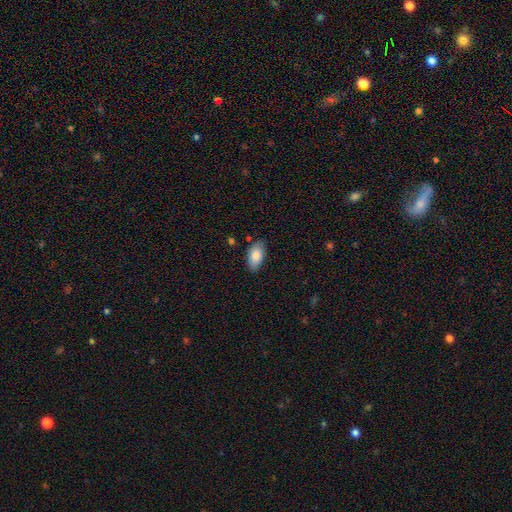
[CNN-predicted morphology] smooth_or_featured: smooth (p=0.83) [alt: featured or disk p=0.10]
how_rounded: in between (p=0.94) [alt: round p=0.03]
merging: none (p=0.76) [alt: minor disturbance p=0.19]